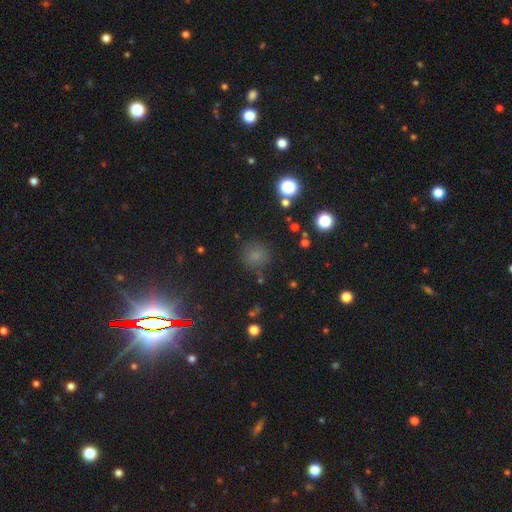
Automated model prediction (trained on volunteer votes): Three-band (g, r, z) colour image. It shows a smooth galaxy with no disk features (70%) that is round (89%). Merging: none (80%).